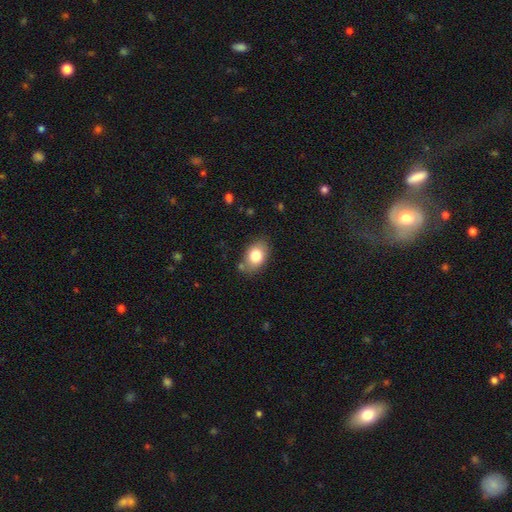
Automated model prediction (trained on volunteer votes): A smooth galaxy with no disk features (80%) that is in between round and cigar-shaped (77%).

Vote fractions:
- Smooth or featured? smooth: 80% / featured or disk: 11% / star or artifact: 8%
- How rounded? in between: 77% / round: 21% / cigar-shaped: 1%
- Merging? none: 77% / minor disturbance: 15% / major disturbance: 4% / merger: 4%